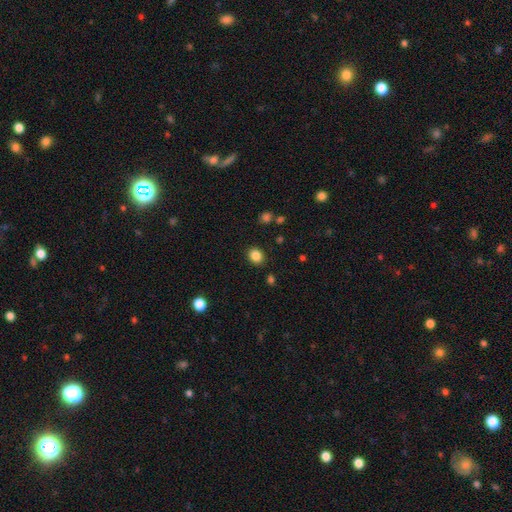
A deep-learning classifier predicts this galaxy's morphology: Smooth or featured? Predicted: smooth (p=0.85). How rounded? Predicted: round (p=0.62). Merging? Predicted: none (p=0.87).